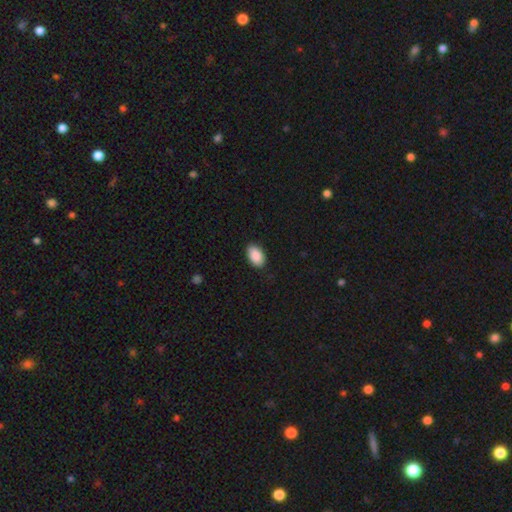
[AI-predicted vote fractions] Smooth or featured: smooth — 91% (star or artifact — 7%)
How rounded: in between — 93% (round — 6%)
Merging: none — 88% (minor disturbance — 9%)